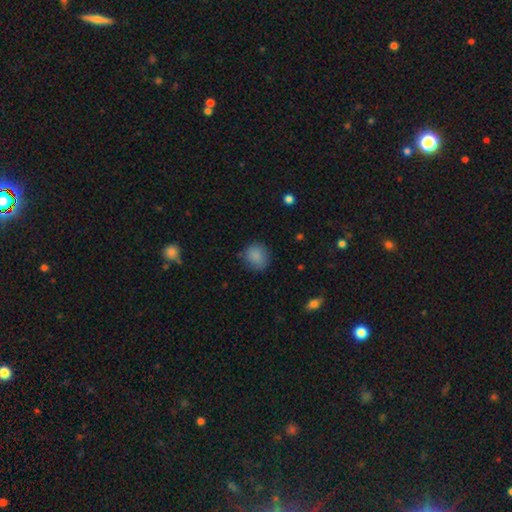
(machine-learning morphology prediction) Smooth or featured: smooth — 86% (star or artifact — 9%)
How rounded: round — 84% (in between — 15%)
Merging: none — 78% (minor disturbance — 16%)